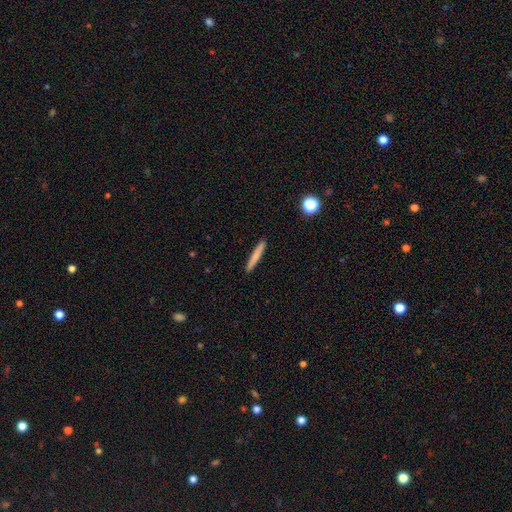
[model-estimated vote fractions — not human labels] A smooth galaxy with no disk features (74%) that is cigar-shaped (96%).

Vote fractions:
- Smooth or featured? smooth: 74% / featured or disk: 20% / star or artifact: 7%
- How rounded? cigar-shaped: 96% / in between: 3% / round: 1%
- Merging? none: 92% / minor disturbance: 6% / major disturbance: 1% / merger: 1%